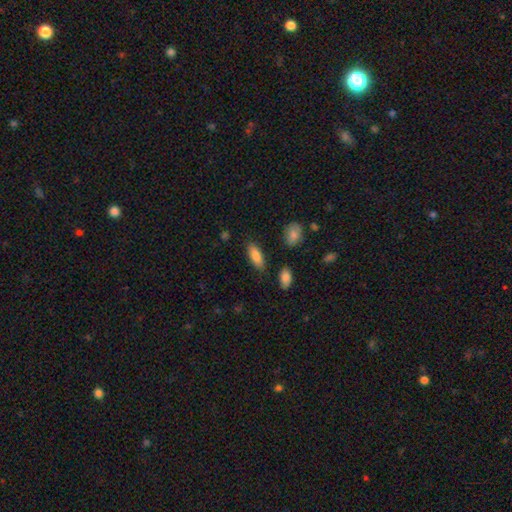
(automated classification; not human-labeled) Smooth or featured: smooth — 85% (featured or disk — 8%)
How rounded: in between — 77% (cigar-shaped — 21%)
Merging: none — 84% (minor disturbance — 11%)